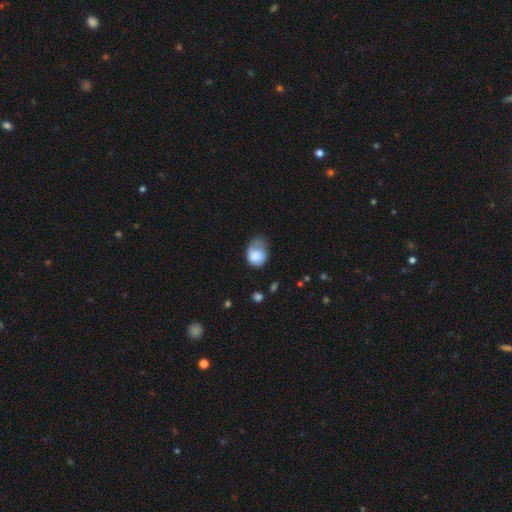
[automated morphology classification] Smooth or featured? Predicted: smooth (p=0.78). How rounded? Predicted: in between (p=0.57). Merging? Predicted: minor disturbance (p=0.39).